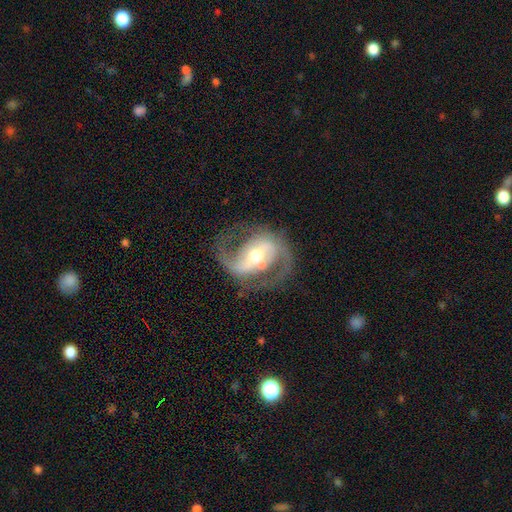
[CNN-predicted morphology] Smooth or featured? Predicted: featured or disk (p=0.89). Edge-on disk? Predicted: no (p=0.97). Bar? Predicted: strong (p=0.52). Spiral arms? Predicted: yes (p=0.94). Spiral winding? Predicted: medium (p=0.56). Spiral arm count? Predicted: 2 (p=0.91). Bulge size? Predicted: moderate (p=0.64). Merging? Predicted: none (p=0.73).